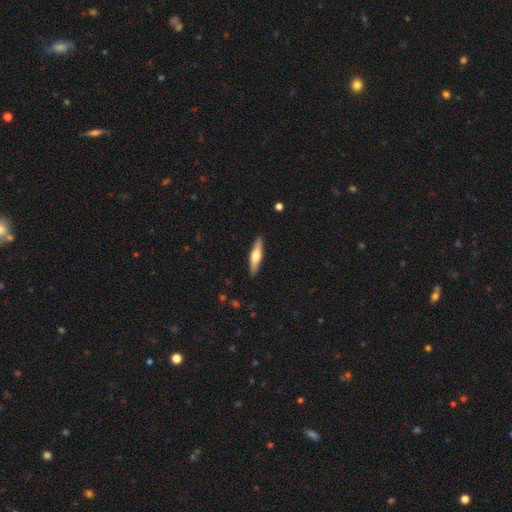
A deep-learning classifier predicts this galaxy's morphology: Smooth or featured: smooth — 52% (featured or disk — 43%)
How rounded: cigar-shaped — 77% (in between — 22%)
Merging: none — 90% (minor disturbance — 8%)